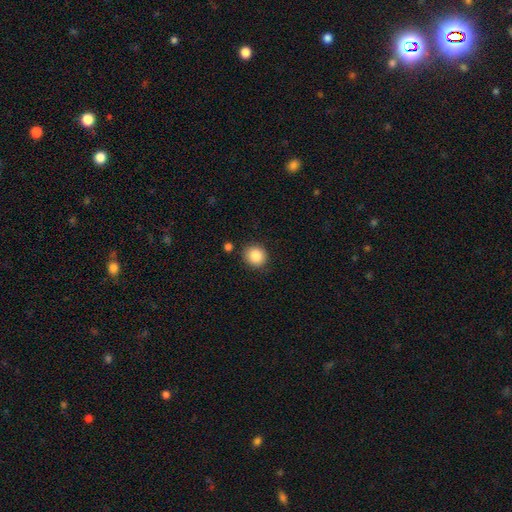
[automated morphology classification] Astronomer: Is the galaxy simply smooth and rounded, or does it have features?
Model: smooth — 87%.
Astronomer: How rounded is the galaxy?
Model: round — 85%.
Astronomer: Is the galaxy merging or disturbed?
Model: none — 86%.